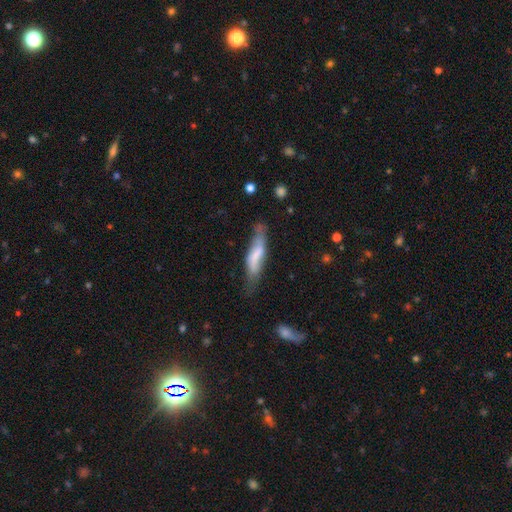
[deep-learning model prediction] smooth 54%, featured or disk 39%, star or artifact 7%. Down the decision tree: how rounded — cigar-shaped (67%); merging — none (46%).